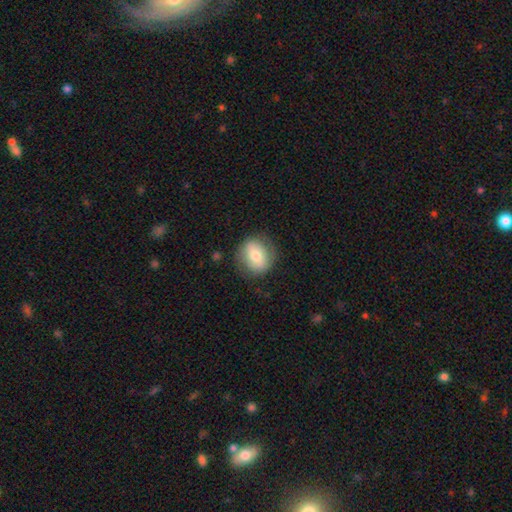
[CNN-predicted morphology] This is likely a smooth galaxy (68%). How rounded: likely round (70%). Merging: likely none (78%).